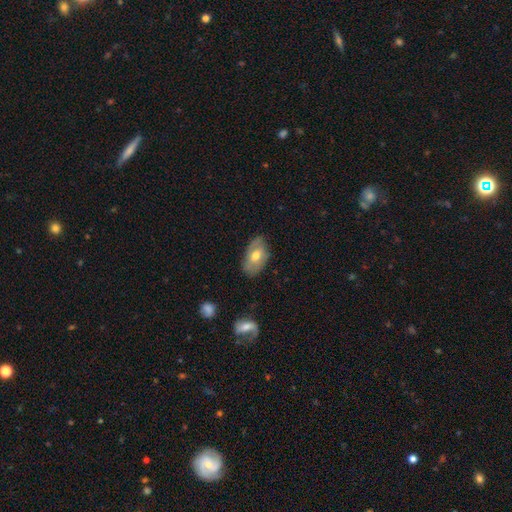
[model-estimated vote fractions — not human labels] Smooth or featured? Predicted: smooth (p=0.57). How rounded? Predicted: in between (p=0.91). Merging? Predicted: none (p=0.74).